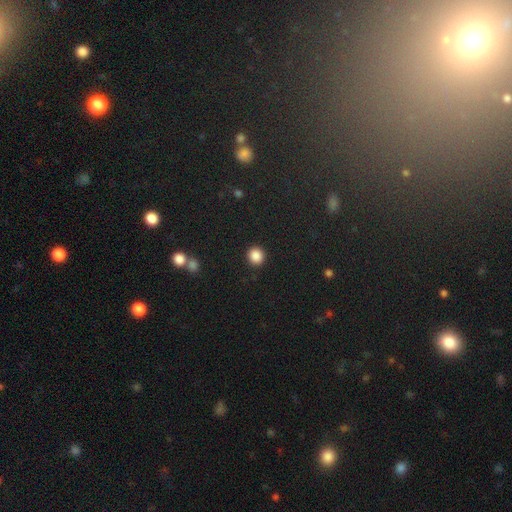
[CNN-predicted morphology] Q: Smooth or featured?
A: smooth (87%); runner-up: star or artifact (10%)
Q: How rounded?
A: round (90%); runner-up: in between (9%)
Q: Merging?
A: none (91%); runner-up: minor disturbance (5%)